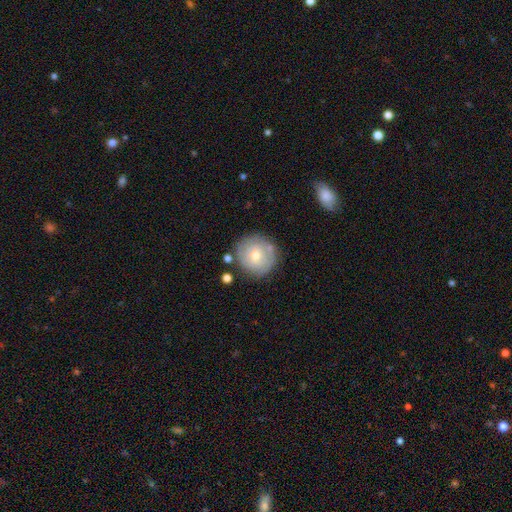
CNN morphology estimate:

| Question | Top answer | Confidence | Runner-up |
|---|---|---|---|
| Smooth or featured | smooth | 56% | featured or disk (36%) |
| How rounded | round | 93% | in between (6%) |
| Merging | none | 78% | minor disturbance (13%) |